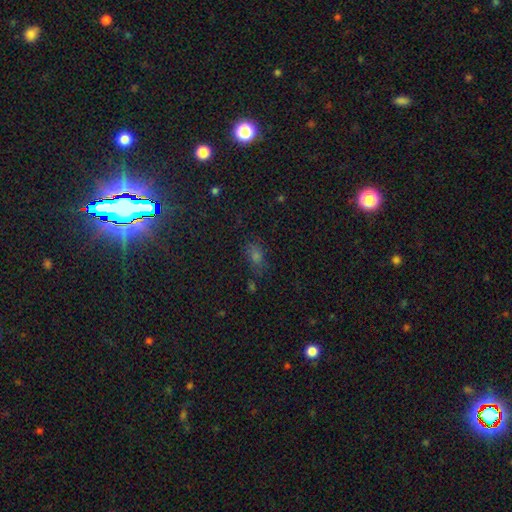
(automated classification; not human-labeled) Smooth or featured? smooth (49%)
Merging? none (69%)